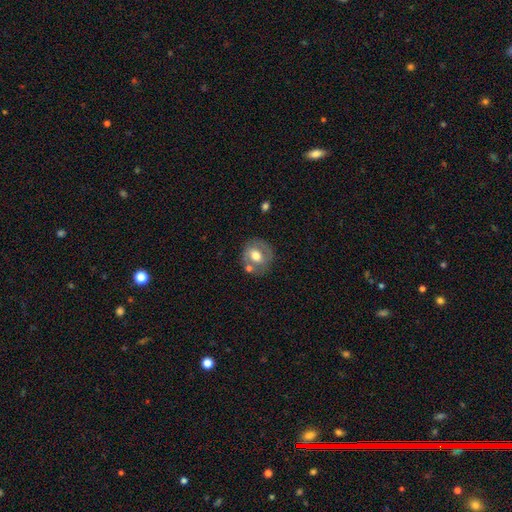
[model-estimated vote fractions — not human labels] A smooth galaxy with no disk features (51%) that is round (74%). Merging: none (64%).